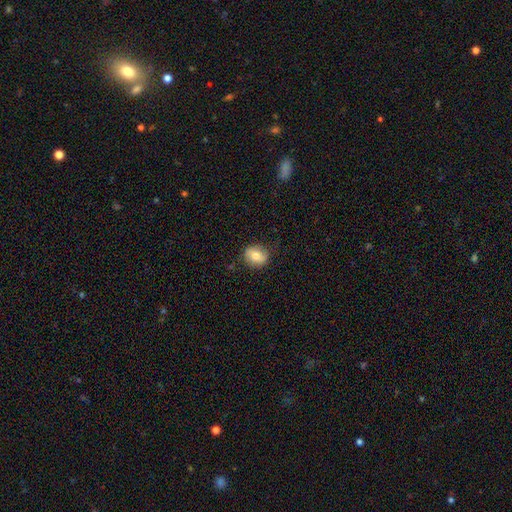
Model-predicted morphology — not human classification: smooth-or-featured: smooth: 66% | featured or disk: 26% | star or artifact: 8%
  how-rounded: round: 71% | in between: 28% | cigar-shaped: 1%
  merging: none: 81% | minor disturbance: 14% | major disturbance: 3% | merger: 1%